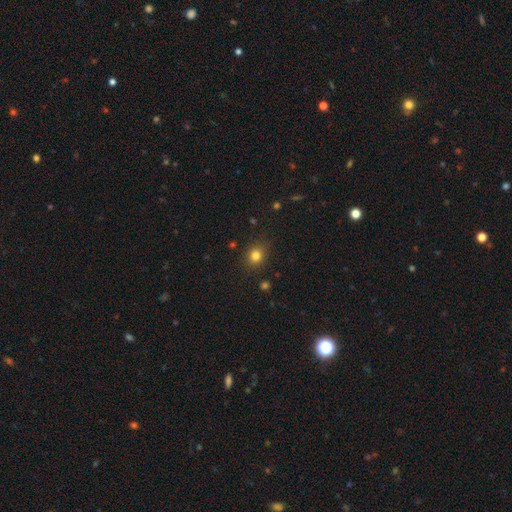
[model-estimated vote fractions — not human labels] Smooth or featured?
  - smooth: 80% *
  - star or artifact: 14%
  - featured or disk: 6%
How rounded?
  - round: 74% *
  - in between: 25%
  - cigar-shaped: 1%
Merging?
  - none: 86% *
  - minor disturbance: 10%
  - major disturbance: 3%
  - merger: 2%